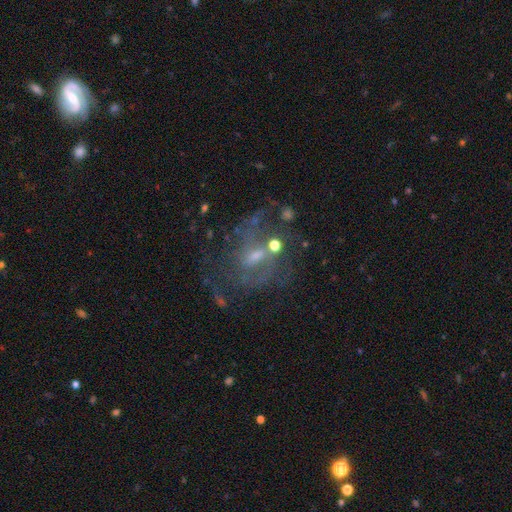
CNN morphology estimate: smooth_or_featured: featured or disk (p=0.76) [alt: smooth p=0.12]
disk_edge_on: no (p=0.97) [alt: yes p=0.03]
bar: weak (p=0.54) [alt: no p=0.30]
has_spiral_arms: yes (p=0.83) [alt: no p=0.17]
spiral_winding: medium (p=0.48) [alt: tight p=0.28]
spiral_arm_count: 2 (p=0.42) [alt: can't tell p=0.30]
bulge_size: small (p=0.47) [alt: moderate p=0.40]
merging: none (p=0.54) [alt: major disturbance p=0.19]